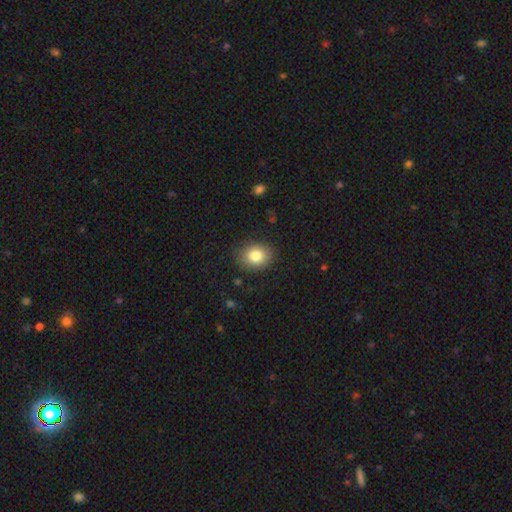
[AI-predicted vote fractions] smooth-or-featured: smooth: 82% | star or artifact: 9% | featured or disk: 9%
  how-rounded: round: 56% | in between: 43% | cigar-shaped: 1%
  merging: none: 86% | minor disturbance: 10% | major disturbance: 3% | merger: 1%